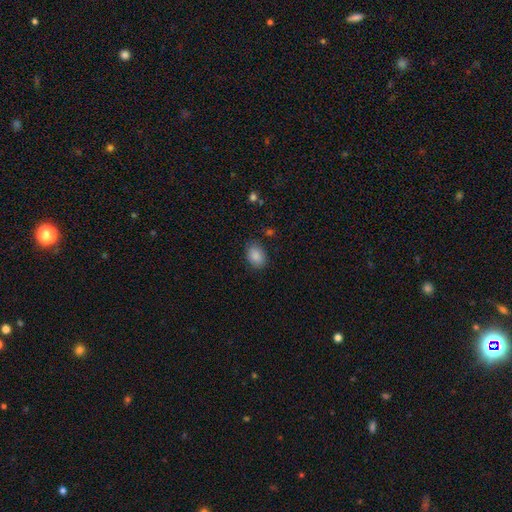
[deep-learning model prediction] smooth-or-featured: smooth: 88% | star or artifact: 8% | featured or disk: 4%
  how-rounded: in between: 75% | round: 24% | cigar-shaped: 1%
  merging: none: 83% | minor disturbance: 12% | major disturbance: 3% | merger: 1%